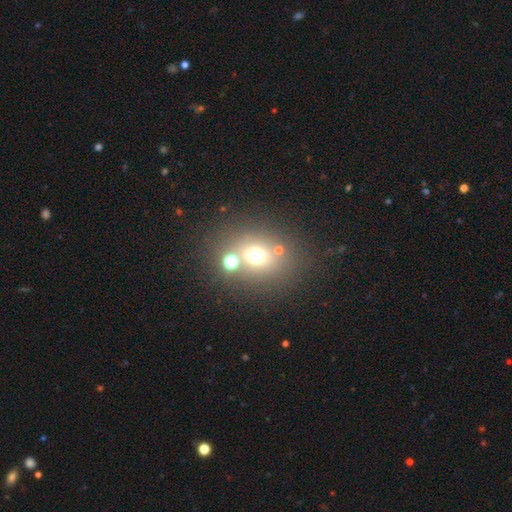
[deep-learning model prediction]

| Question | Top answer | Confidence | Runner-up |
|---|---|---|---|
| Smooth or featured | smooth | 60% | star or artifact (26%) |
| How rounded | round | 70% | in between (29%) |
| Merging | none | 65% | merger (19%) |